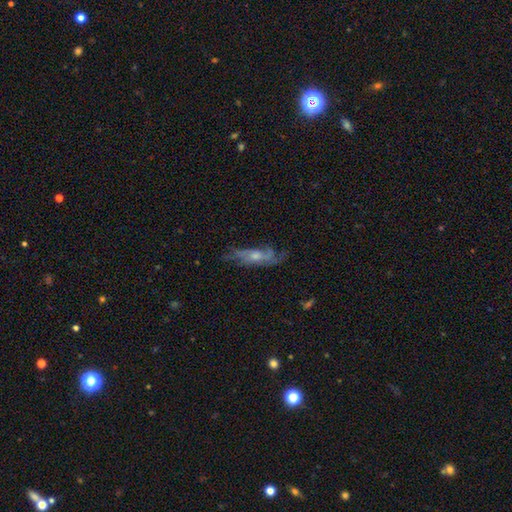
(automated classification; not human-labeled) featured or disk 68%, smooth 22%, star or artifact 10%. Down the decision tree: edge-on disk — no (65%); merging — none (67%).